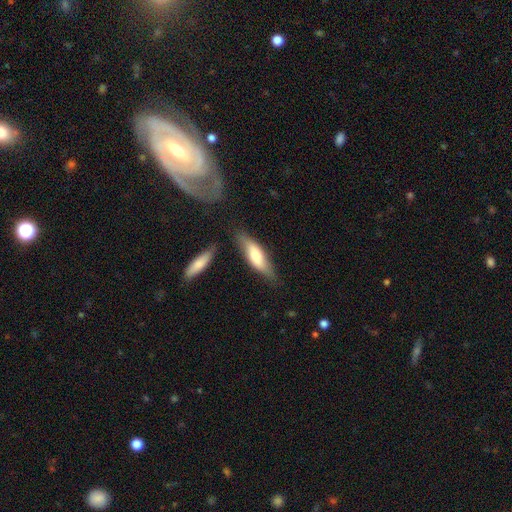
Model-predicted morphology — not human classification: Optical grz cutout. It shows a smooth galaxy with no disk features (62%) that is cigar-shaped (55%). Merging: none (71%).